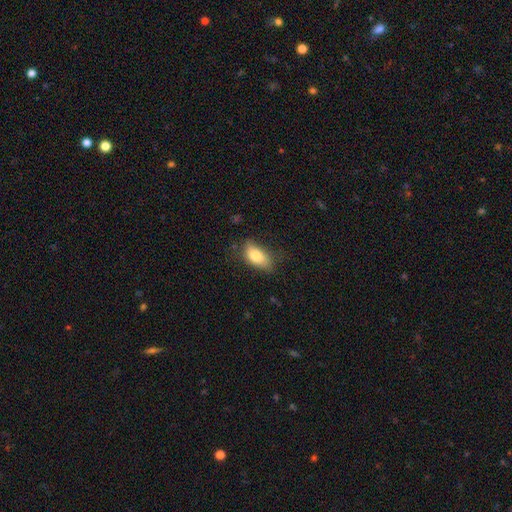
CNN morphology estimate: This appears to be a smooth galaxy with no disk features (78%) that is in between round and cigar-shaped (88%). Merging: none (66%).